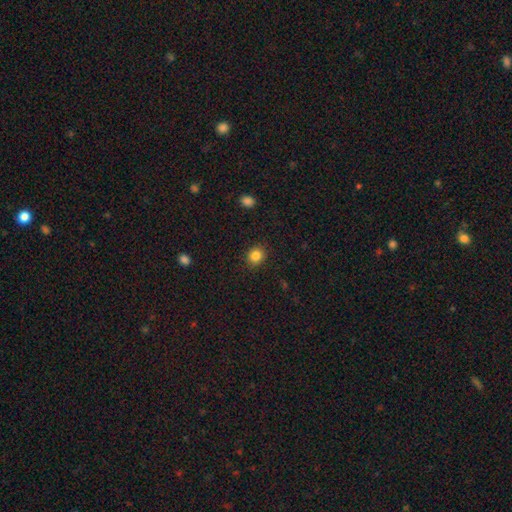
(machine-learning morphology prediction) Smooth or featured?
  - smooth: 85% *
  - star or artifact: 11%
  - featured or disk: 5%
How rounded?
  - round: 77% *
  - in between: 22%
  - cigar-shaped: 1%
Merging?
  - none: 90% *
  - minor disturbance: 7%
  - major disturbance: 2%
  - merger: 1%